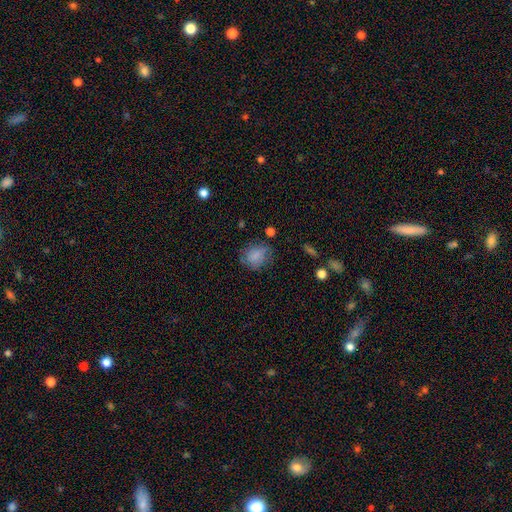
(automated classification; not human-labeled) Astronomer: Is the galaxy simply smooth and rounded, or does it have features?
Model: smooth — 75%.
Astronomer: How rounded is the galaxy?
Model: round — 59% (runner-up: in between, 40%).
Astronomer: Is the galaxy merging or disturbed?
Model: none — 61%.